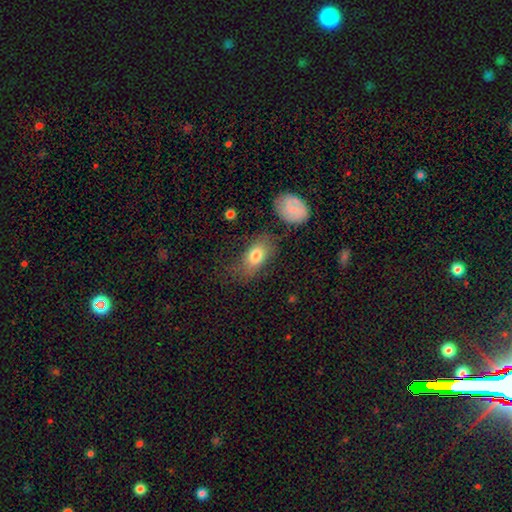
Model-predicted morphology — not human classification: smooth 77%, featured or disk 15%, star or artifact 8%. Down the decision tree: how rounded — in between (86%); merging — none (61%).